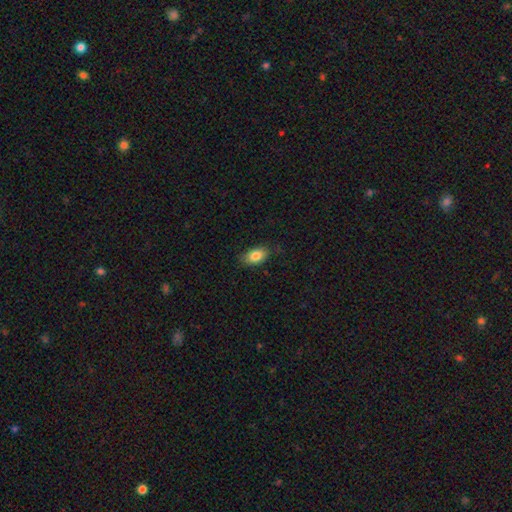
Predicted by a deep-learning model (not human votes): Smooth or featured? Predicted: smooth (p=0.84). How rounded? Predicted: in between (p=0.89). Merging? Predicted: none (p=0.80).